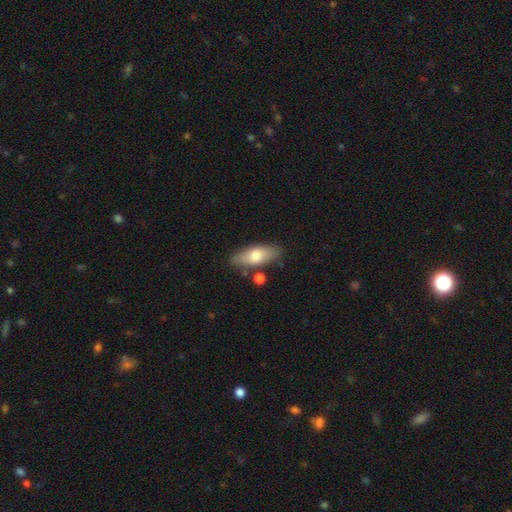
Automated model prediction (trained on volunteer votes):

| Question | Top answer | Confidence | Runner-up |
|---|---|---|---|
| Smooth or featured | smooth | 69% | featured or disk (25%) |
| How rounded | in between | 69% | cigar-shaped (28%) |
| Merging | none | 79% | minor disturbance (13%) |